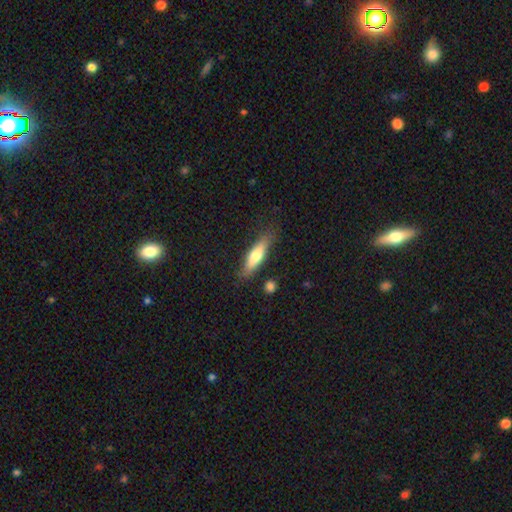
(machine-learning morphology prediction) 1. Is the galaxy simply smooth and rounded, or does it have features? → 67% smooth, 27% featured or disk, 6% star or artifact.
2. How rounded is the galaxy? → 61% cigar-shaped, 37% in between, 2% round.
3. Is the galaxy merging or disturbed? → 77% none, 16% minor disturbance, 4% major disturbance, 3% merger.